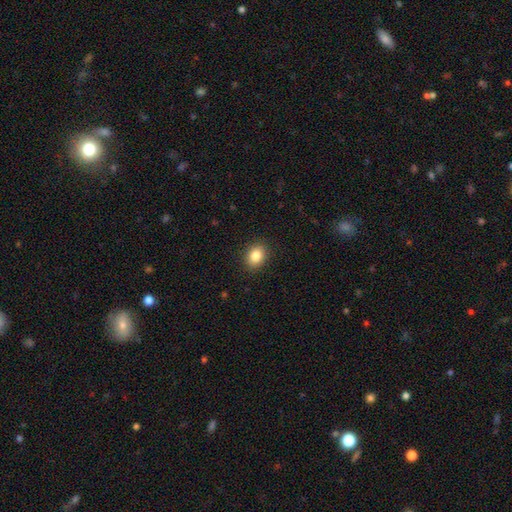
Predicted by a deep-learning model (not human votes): Smooth or featured: smooth — 85% (star or artifact — 9%)
How rounded: in between — 57% (round — 42%)
Merging: none — 90% (minor disturbance — 7%)